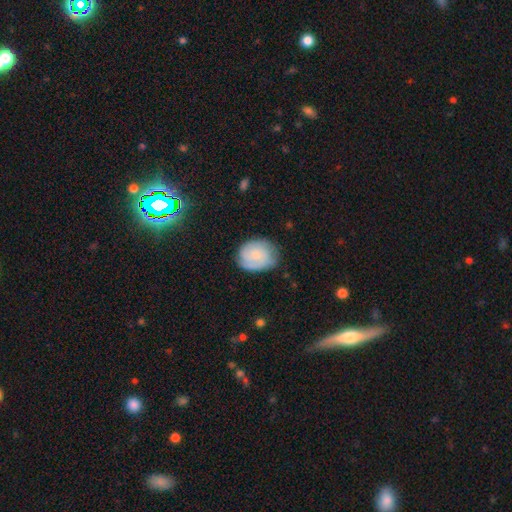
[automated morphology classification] type=smooth (48%); merging=none (69%).